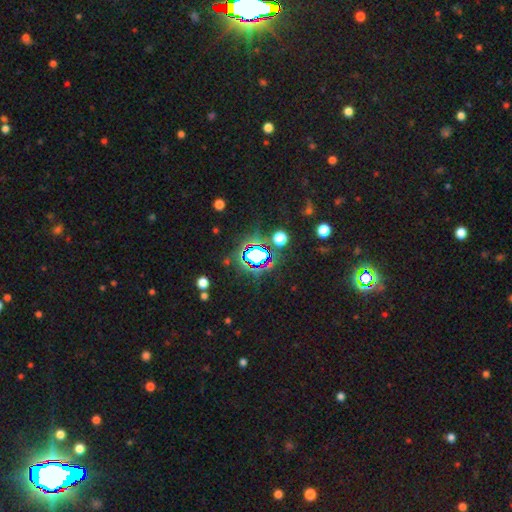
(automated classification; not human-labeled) Smooth or featured?
  - star or artifact: 69% *
  - smooth: 19%
  - featured or disk: 12%